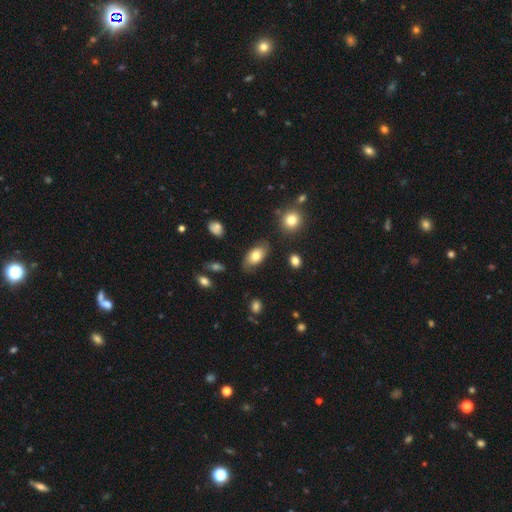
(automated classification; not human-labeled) smooth 73%, featured or disk 19%, star or artifact 8%. Down the decision tree: how rounded — in between (93%); merging — none (73%).